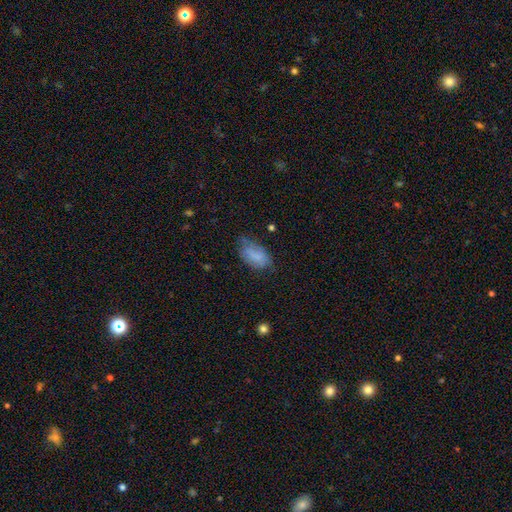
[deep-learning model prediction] Smooth or featured? smooth (74%)
How rounded? in between (93%)
Merging? none (51%)